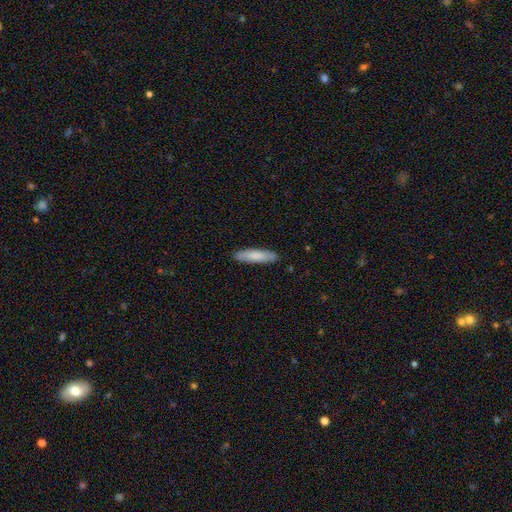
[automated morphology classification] Smooth or featured?
  - smooth: 81% *
  - featured or disk: 14%
  - star or artifact: 5%
How rounded?
  - cigar-shaped: 81% *
  - in between: 18%
  - round: 1%
Merging?
  - none: 89% *
  - minor disturbance: 8%
  - major disturbance: 2%
  - merger: 1%